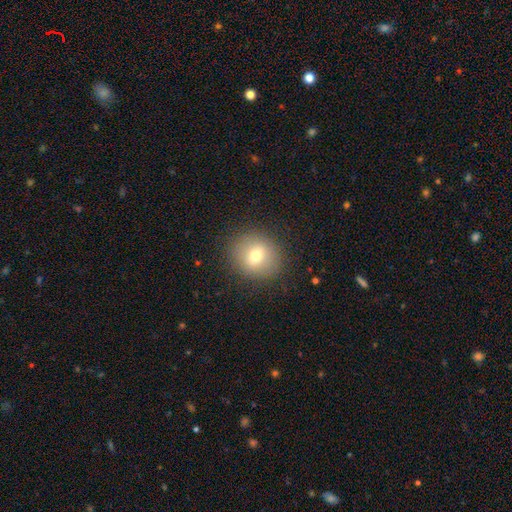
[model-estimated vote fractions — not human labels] smooth_or_featured: smooth (p=0.70) [alt: featured or disk p=0.17]
how_rounded: round (p=0.83) [alt: in between p=0.16]
merging: none (p=0.87) [alt: minor disturbance p=0.08]